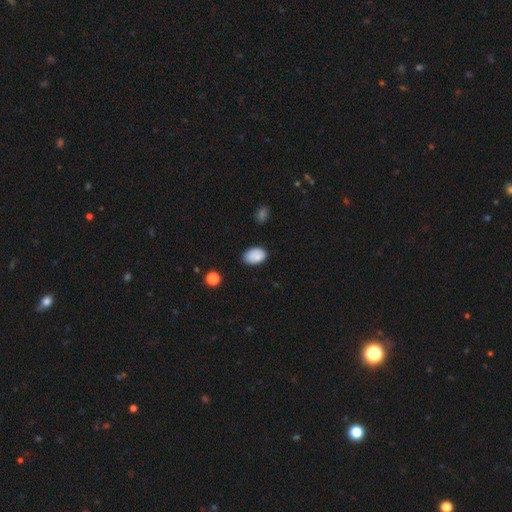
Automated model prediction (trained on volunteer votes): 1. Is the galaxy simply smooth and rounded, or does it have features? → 80% smooth, 12% featured or disk, 8% star or artifact.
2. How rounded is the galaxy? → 89% in between, 10% round, 1% cigar-shaped.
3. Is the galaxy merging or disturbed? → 71% none, 22% minor disturbance, 4% major disturbance, 2% merger.